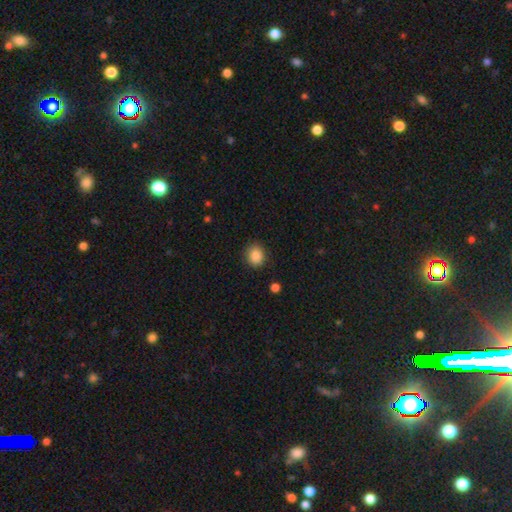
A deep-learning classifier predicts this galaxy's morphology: A smooth galaxy with no disk features (88%) that is round (69%).

Vote fractions:
- Smooth or featured? smooth: 88% / star or artifact: 9% / featured or disk: 3%
- How rounded? round: 69% / in between: 30% / cigar-shaped: 1%
- Merging? none: 86% / minor disturbance: 10% / major disturbance: 3% / merger: 1%